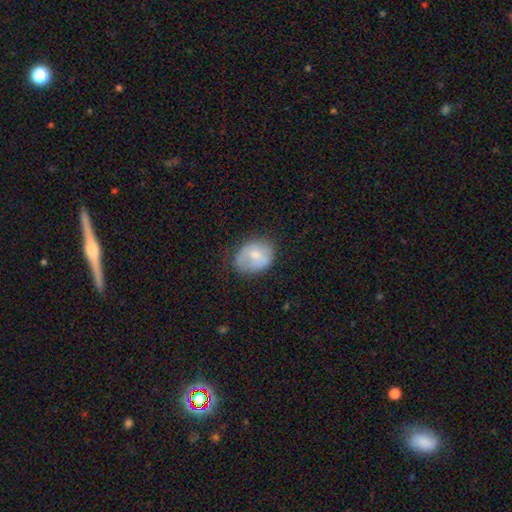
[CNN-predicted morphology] smooth-or-featured: smooth: 66% | featured or disk: 27% | star or artifact: 7%
  how-rounded: in between: 58% | round: 41% | cigar-shaped: 1%
  merging: none: 62% | minor disturbance: 27% | major disturbance: 10% | merger: 1%